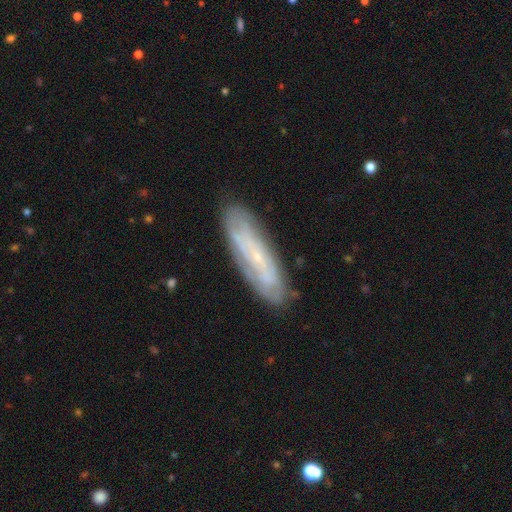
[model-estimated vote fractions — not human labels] smooth-or-featured: featured or disk: 61% | smooth: 31% | star or artifact: 7%
  disk-edge-on: no: 67% | yes: 33%
  merging: none: 83% | minor disturbance: 13% | major disturbance: 3% | merger: 1%